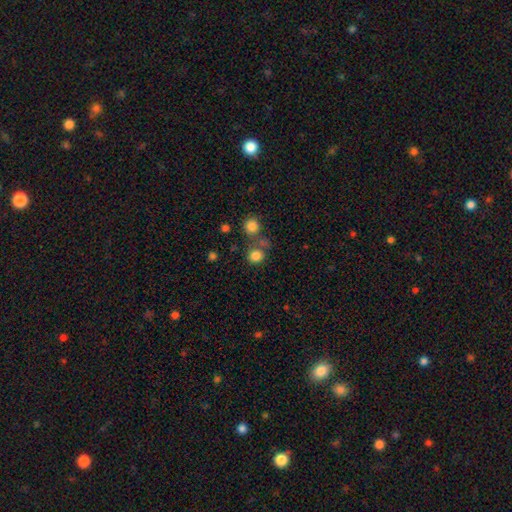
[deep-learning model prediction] Smooth or featured? Predicted: smooth (p=0.81). How rounded? Predicted: round (p=0.83). Merging? Predicted: none (p=0.62).